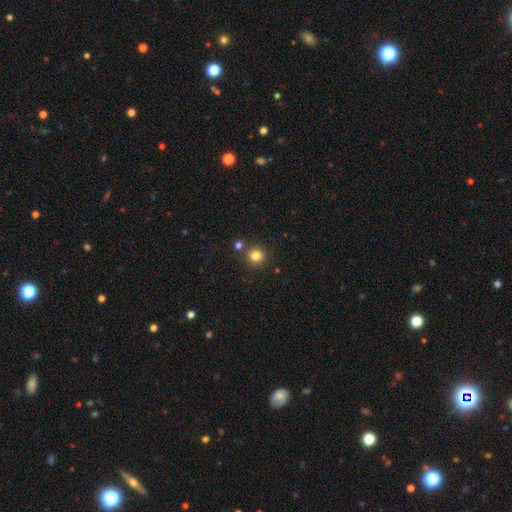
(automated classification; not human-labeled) This is clearly a smooth galaxy (82%). How rounded: clearly round (94%). Merging: clearly none (82%).